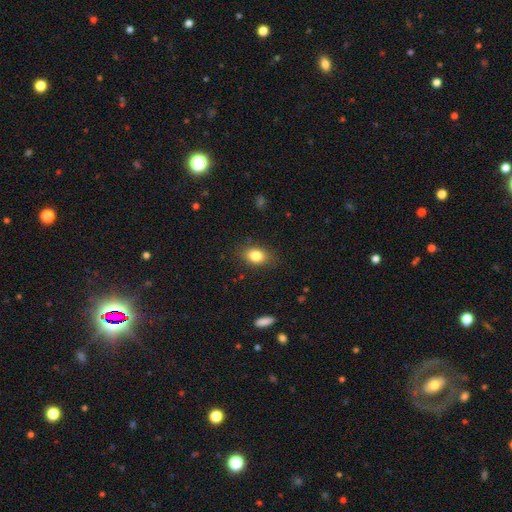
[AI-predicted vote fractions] smooth-or-featured: smooth: 83% | star or artifact: 9% | featured or disk: 8%
  how-rounded: in between: 77% | round: 22% | cigar-shaped: 2%
  merging: none: 82% | minor disturbance: 13% | major disturbance: 4% | merger: 1%